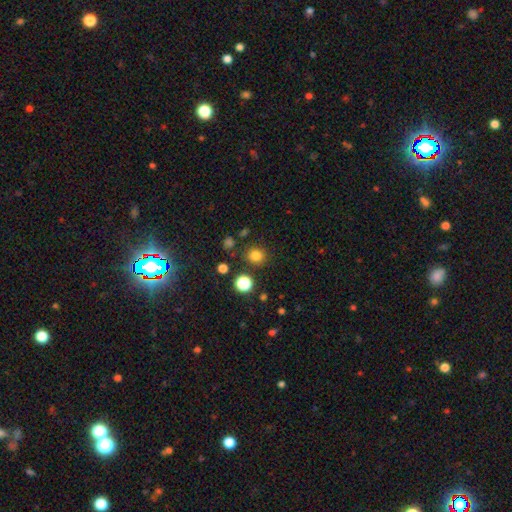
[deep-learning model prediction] Q: Smooth or featured?
A: smooth (79%); runner-up: star or artifact (16%)
Q: How rounded?
A: round (84%); runner-up: in between (15%)
Q: Merging?
A: none (85%); runner-up: minor disturbance (8%)